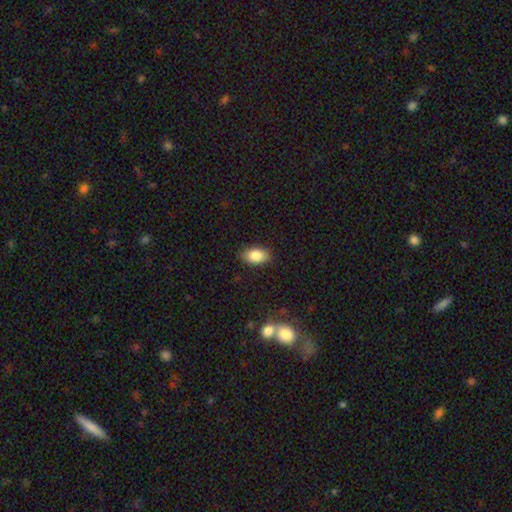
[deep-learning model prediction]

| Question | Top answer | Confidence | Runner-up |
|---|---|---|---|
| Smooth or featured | smooth | 85% | star or artifact (8%) |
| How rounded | in between | 89% | round (9%) |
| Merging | none | 86% | minor disturbance (10%) |